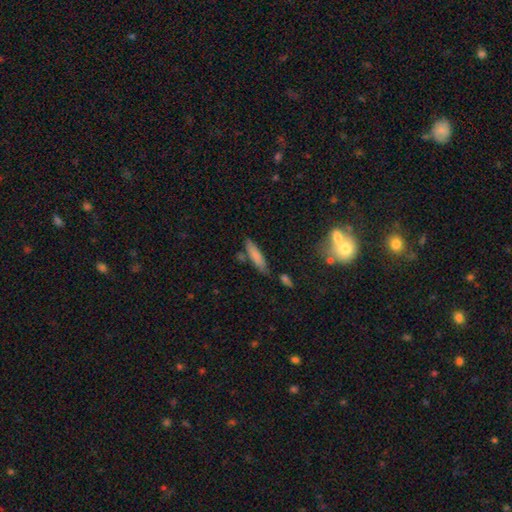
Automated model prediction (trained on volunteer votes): smooth-or-featured: smooth: 78% | featured or disk: 13% | star or artifact: 8%
  how-rounded: cigar-shaped: 78% | in between: 21% | round: 2%
  merging: none: 72% | minor disturbance: 16% | merger: 8% | major disturbance: 4%